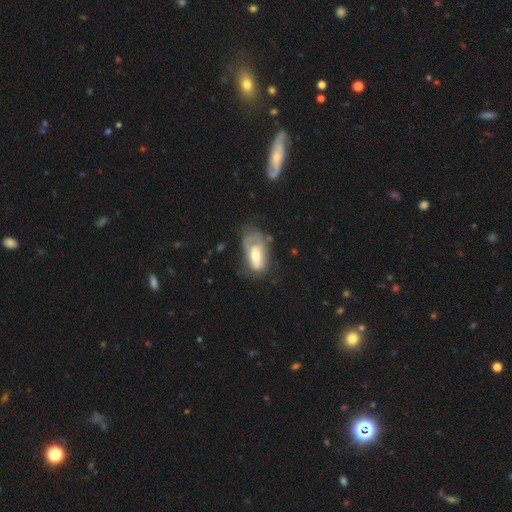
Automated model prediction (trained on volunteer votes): Morphology: type=smooth (49%); merging=major disturbance (34%).